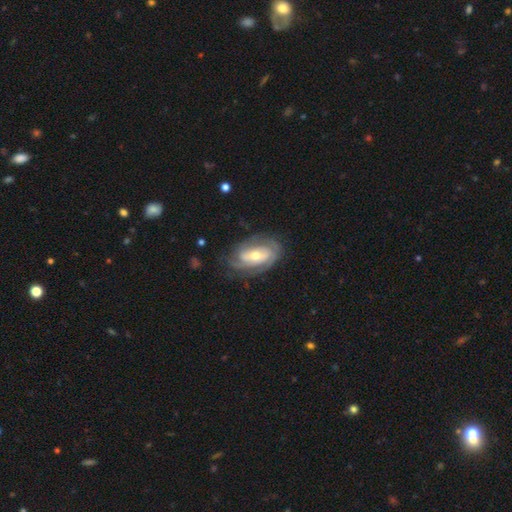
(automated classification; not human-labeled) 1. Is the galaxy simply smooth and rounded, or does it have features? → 76% featured or disk, 18% smooth, 6% star or artifact.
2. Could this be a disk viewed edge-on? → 94% no, 6% yes.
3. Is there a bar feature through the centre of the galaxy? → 52% no, 32% weak, 16% strong.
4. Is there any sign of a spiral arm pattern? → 87% yes, 13% no.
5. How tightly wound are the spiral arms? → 59% tight, 30% medium, 11% loose.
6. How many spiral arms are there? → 36% 2, 35% can't tell, 15% 3, 6% 1, 5% 4, 3% more than 4.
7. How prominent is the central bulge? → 61% moderate, 32% small, 5% large, 1% none, 1% dominant.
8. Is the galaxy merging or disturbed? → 69% none, 20% minor disturbance, 9% major disturbance, 1% merger.